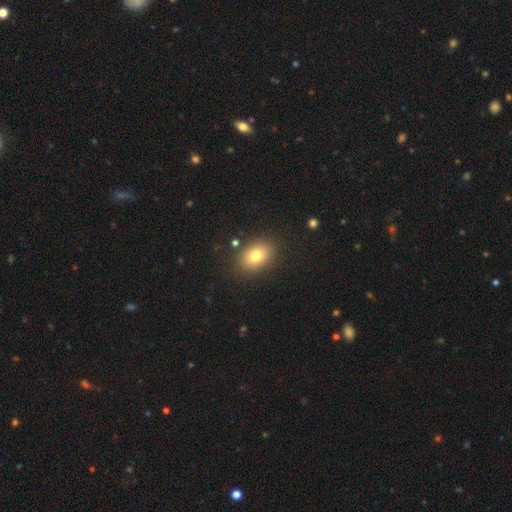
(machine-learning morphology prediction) This is likely a smooth galaxy (79%). How rounded: likely in between (74%). Merging: clearly none (86%).